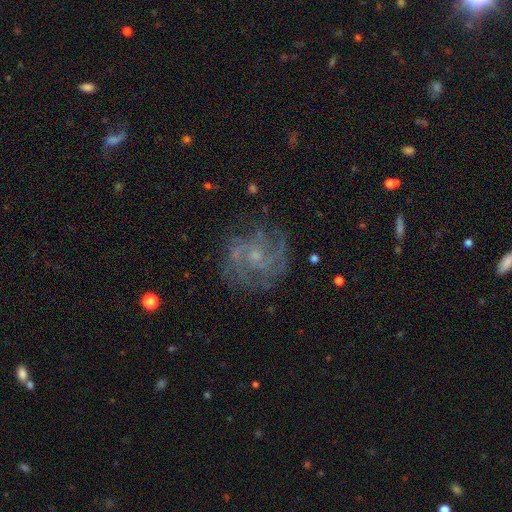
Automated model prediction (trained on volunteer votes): Morphology: type=featured or disk (74%); edge-on=no (97%); bar=no (65%); spiral arms=yes (91%); winding=tight (43%, tied with medium); arm count=2 (32%); bulge=small (68%); merging=none (76%).